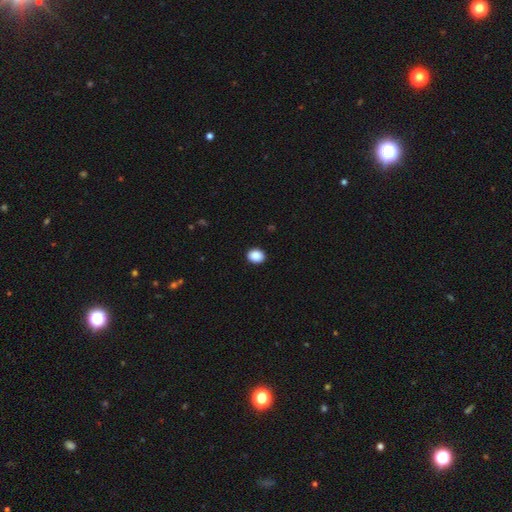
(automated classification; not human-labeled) smooth-or-featured: smooth: 90% | star or artifact: 8% | featured or disk: 2%
  how-rounded: in between: 53% | round: 47% | cigar-shaped: 1%
  merging: none: 91% | minor disturbance: 6% | major disturbance: 2% | merger: 1%